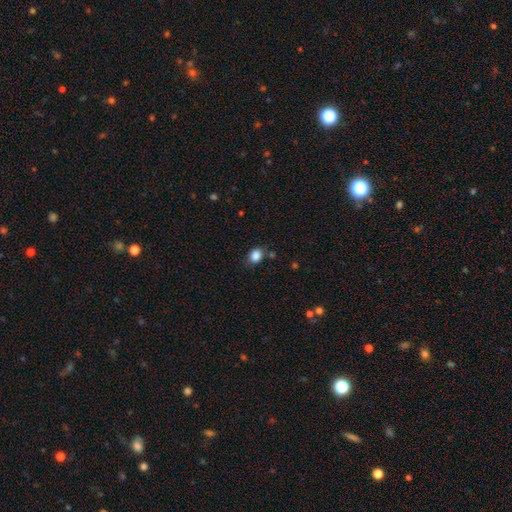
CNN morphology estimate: type=smooth (86%); roundness=in between (50%); merging=none (76%).